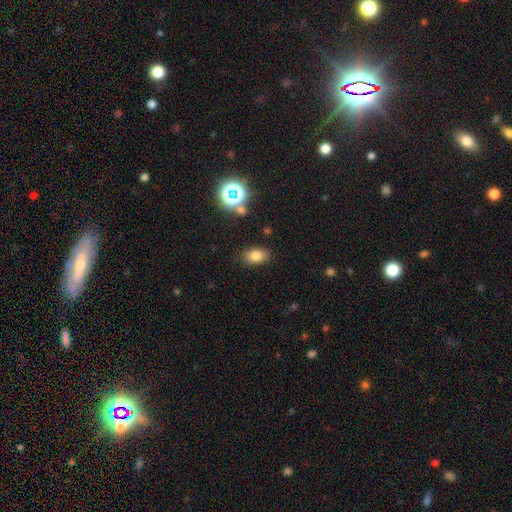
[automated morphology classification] type=smooth (77%); roundness=in between (88%); merging=none (85%).